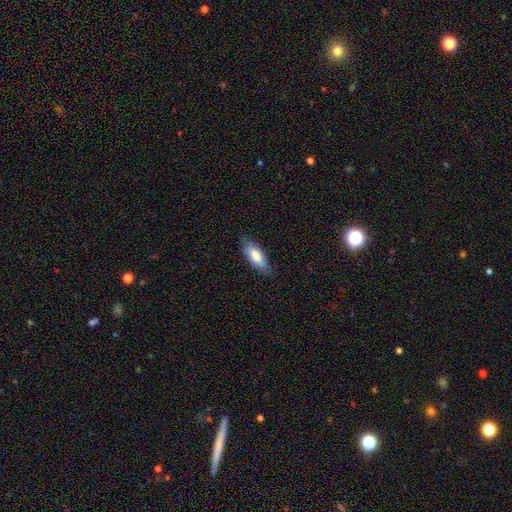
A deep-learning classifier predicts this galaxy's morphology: smooth 78%, featured or disk 16%, star or artifact 6%. Down the decision tree: how rounded — in between (69%); merging — none (82%).